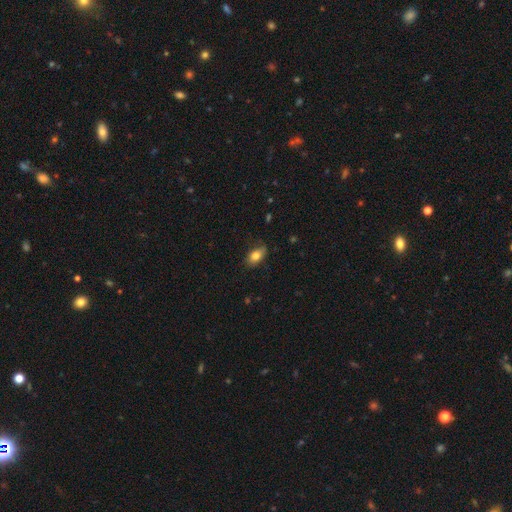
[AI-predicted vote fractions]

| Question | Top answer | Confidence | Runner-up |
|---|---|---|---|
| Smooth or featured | smooth | 81% | featured or disk (11%) |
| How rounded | in between | 88% | round (8%) |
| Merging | none | 76% | minor disturbance (19%) |